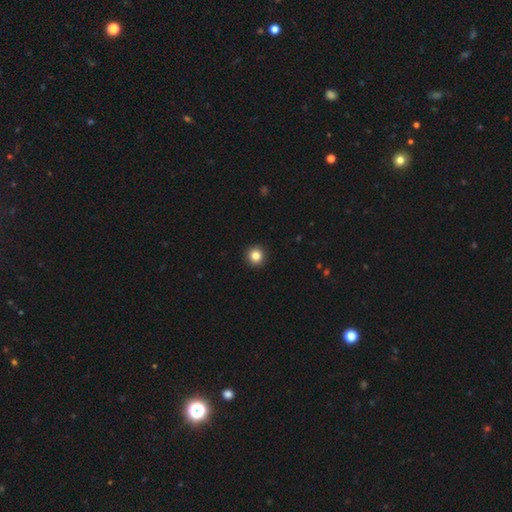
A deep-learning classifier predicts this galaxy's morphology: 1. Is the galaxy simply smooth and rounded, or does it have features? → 84% smooth, 11% star or artifact, 5% featured or disk.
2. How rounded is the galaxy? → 95% round, 4% in between, 1% cigar-shaped.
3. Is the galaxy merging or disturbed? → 93% none, 4% minor disturbance, 1% major disturbance, 1% merger.